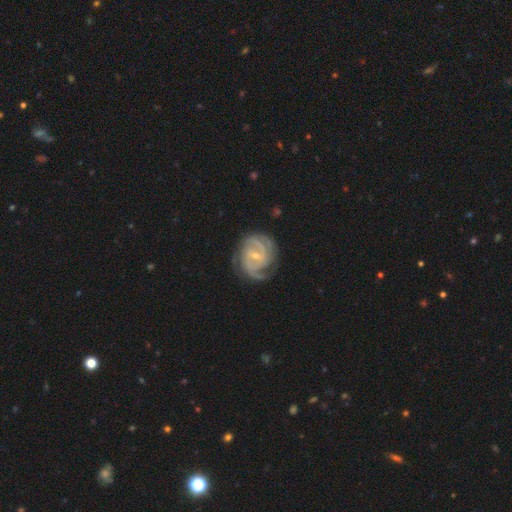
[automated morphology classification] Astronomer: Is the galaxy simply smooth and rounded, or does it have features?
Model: featured or disk — 92%.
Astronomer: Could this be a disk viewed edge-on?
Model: no — 98%.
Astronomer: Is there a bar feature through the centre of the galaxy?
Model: weak — 52%.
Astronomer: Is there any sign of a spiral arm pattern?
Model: yes — 98%.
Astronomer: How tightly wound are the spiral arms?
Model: tight — 61%.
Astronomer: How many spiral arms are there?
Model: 2 — 36% (runner-up: 3, 31%).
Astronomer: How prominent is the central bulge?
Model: small — 65%.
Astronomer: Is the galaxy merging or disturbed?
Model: none — 76%.